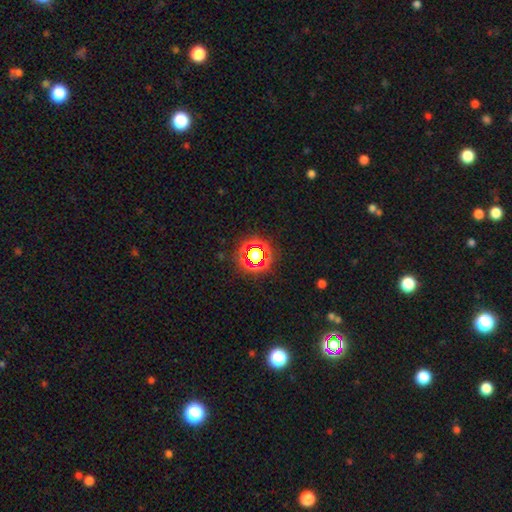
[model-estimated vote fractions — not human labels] This appears to be a star or artifact, not a galaxy (59%).